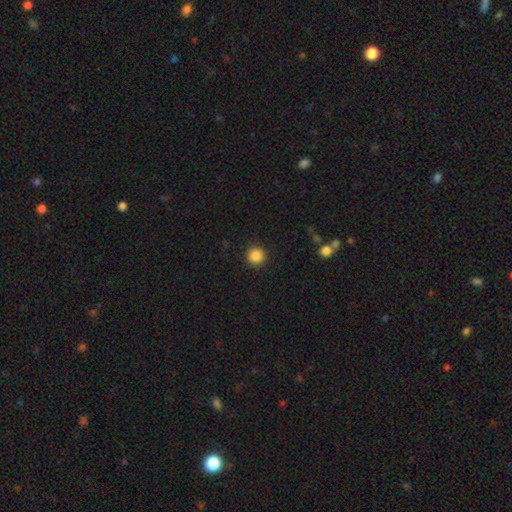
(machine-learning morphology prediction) Smooth or featured? smooth (87%)
How rounded? round (96%)
Merging? none (93%)